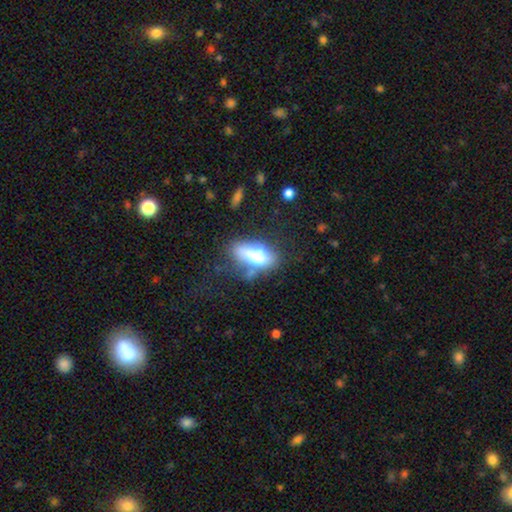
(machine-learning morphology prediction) This appears to be a smooth galaxy with no disk features (62%) that is in between round and cigar-shaped (75%). Merging: none (38%).